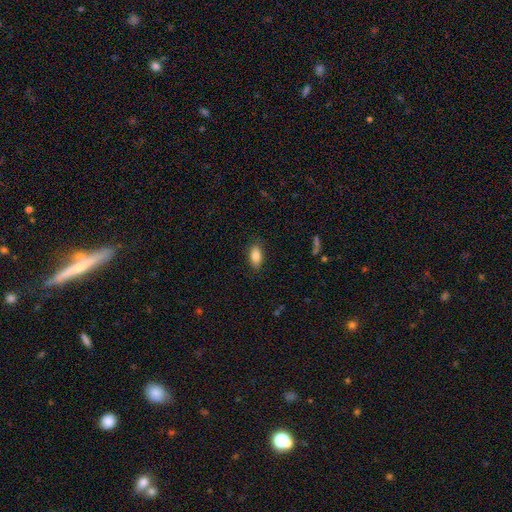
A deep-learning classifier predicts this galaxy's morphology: Smooth or featured: smooth — 86% (star or artifact — 8%)
How rounded: in between — 90% (cigar-shaped — 6%)
Merging: none — 86% (minor disturbance — 10%)